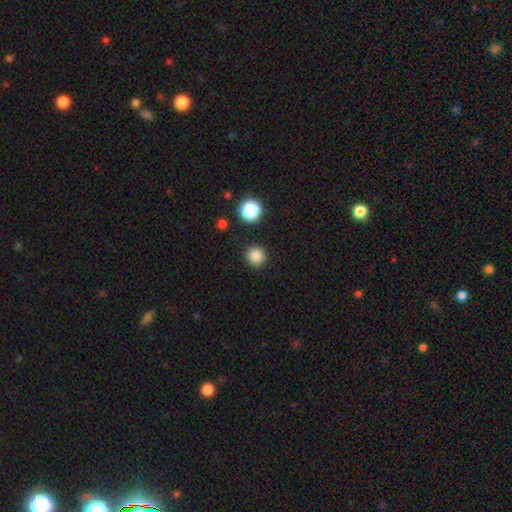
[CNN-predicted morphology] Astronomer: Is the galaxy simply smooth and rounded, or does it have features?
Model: smooth — 85%.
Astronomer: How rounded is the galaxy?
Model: round — 94%.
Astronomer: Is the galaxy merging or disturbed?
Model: none — 90%.